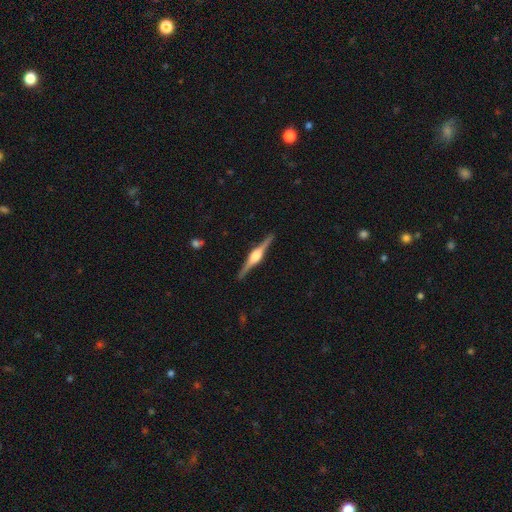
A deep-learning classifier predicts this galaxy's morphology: Q: Smooth or featured?
A: featured or disk (88%); runner-up: smooth (8%)
Q: Edge-on disk?
A: yes (99%); runner-up: no (1%)
Q: Edge-on bulge?
A: rounded (86%); runner-up: boxy (12%)
Q: Merging?
A: none (92%); runner-up: minor disturbance (6%)